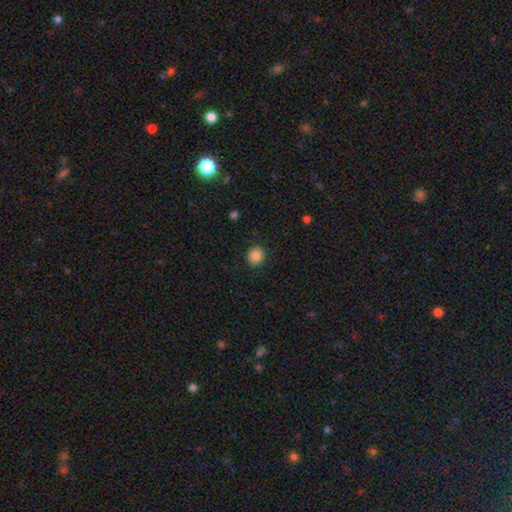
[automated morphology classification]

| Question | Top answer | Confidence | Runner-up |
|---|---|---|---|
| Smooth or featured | smooth | 87% | star or artifact (9%) |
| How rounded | round | 81% | in between (18%) |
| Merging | none | 90% | minor disturbance (7%) |